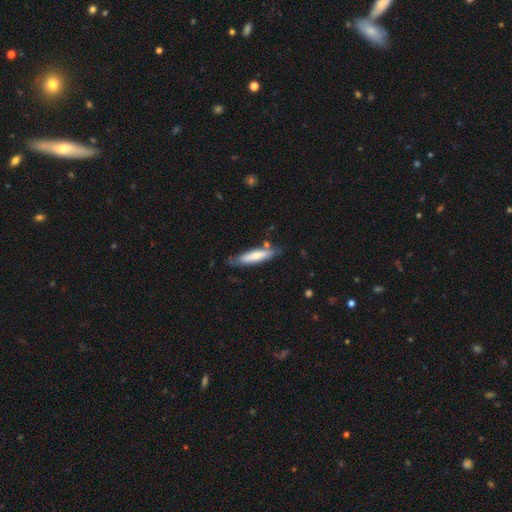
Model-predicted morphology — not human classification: The model was most divided on "smooth or featured": smooth: 64%, featured or disk: 30%, star or artifact: 5%. More confident: how rounded — cigar-shaped (79%); merging — none (71%).